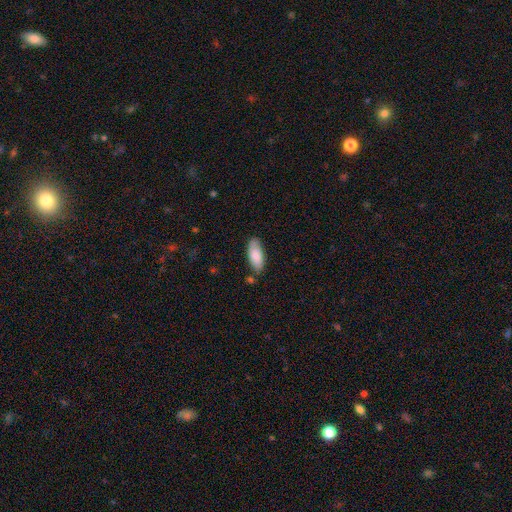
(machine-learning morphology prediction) A smooth galaxy with no disk features (83%) that is in between round and cigar-shaped (79%). Merging: none (76%).